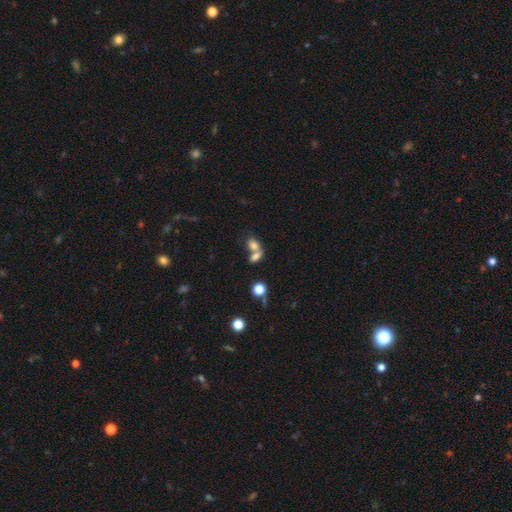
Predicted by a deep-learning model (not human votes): Overall: smooth (76%). How rounded: in between (73%). Merging: merger (61%; none 28%).